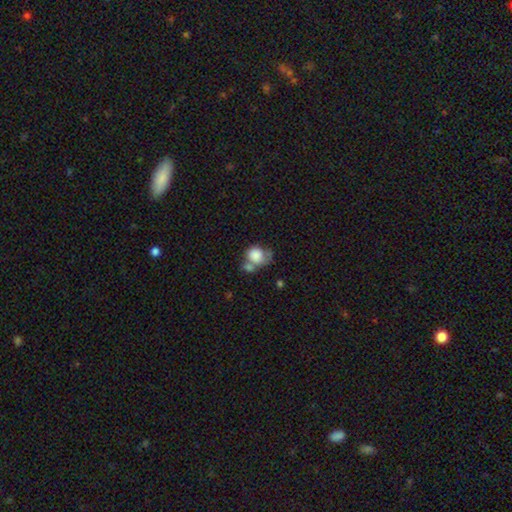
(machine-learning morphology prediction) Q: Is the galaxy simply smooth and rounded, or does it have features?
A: smooth — 78%.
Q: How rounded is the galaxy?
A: round — 69%.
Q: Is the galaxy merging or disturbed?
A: merger — 39%.